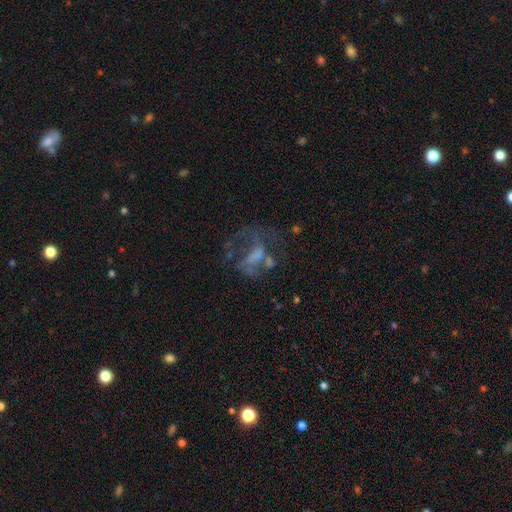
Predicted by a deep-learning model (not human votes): The model was most divided on "merging": major disturbance: 44%, none: 30%, minor disturbance: 14%, merger: 11%. More confident: edge-on disk — no (97%); spiral arms — no (61%); bulge size — none (59%); smooth or featured — featured or disk (58%); bar — no (57%).